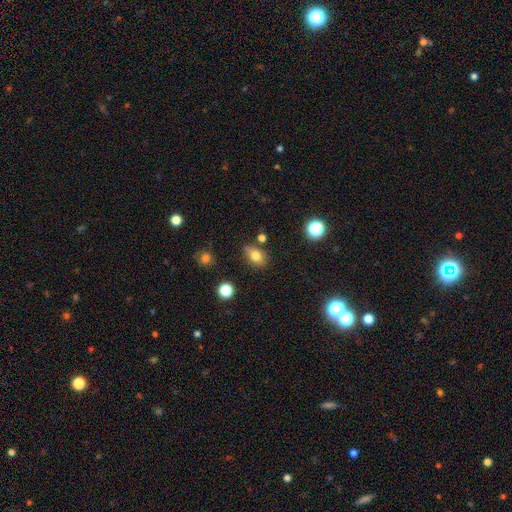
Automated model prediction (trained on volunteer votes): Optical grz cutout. It shows a smooth galaxy with no disk features (77%) that is in between round and cigar-shaped (76%). Merging: none (68%).